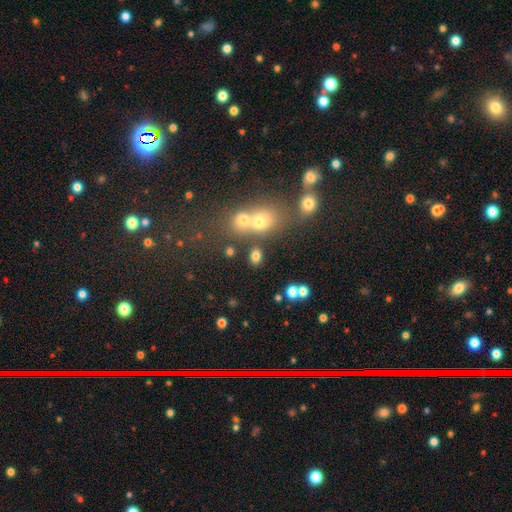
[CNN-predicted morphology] A smooth galaxy with no disk features (76%) that is in between round and cigar-shaped (70%).

Vote fractions:
- Smooth or featured? smooth: 76% / star or artifact: 16% / featured or disk: 8%
- How rounded? in between: 70% / round: 28% / cigar-shaped: 2%
- Merging? none: 68% / merger: 18% / minor disturbance: 10% / major disturbance: 5%